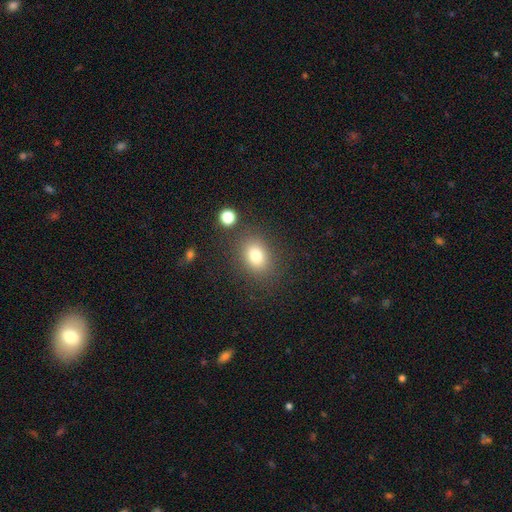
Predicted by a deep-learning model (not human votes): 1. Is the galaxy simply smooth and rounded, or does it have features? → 80% smooth, 12% star or artifact, 9% featured or disk.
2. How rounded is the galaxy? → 57% in between, 42% round, 1% cigar-shaped.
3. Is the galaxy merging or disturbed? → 80% none, 11% minor disturbance, 5% major disturbance, 4% merger.